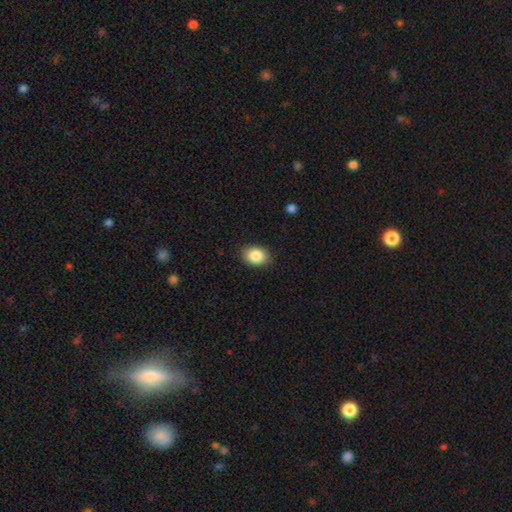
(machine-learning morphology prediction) smooth 87%, star or artifact 8%, featured or disk 5%. Down the decision tree: how rounded — in between (67%); merging — none (87%).